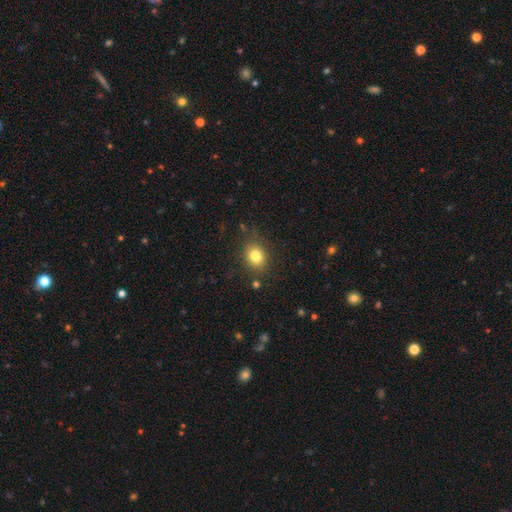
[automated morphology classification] smooth_or_featured: smooth (p=0.81) [alt: star or artifact p=0.11]
how_rounded: round (p=0.58) [alt: in between p=0.41]
merging: none (p=0.82) [alt: minor disturbance p=0.12]